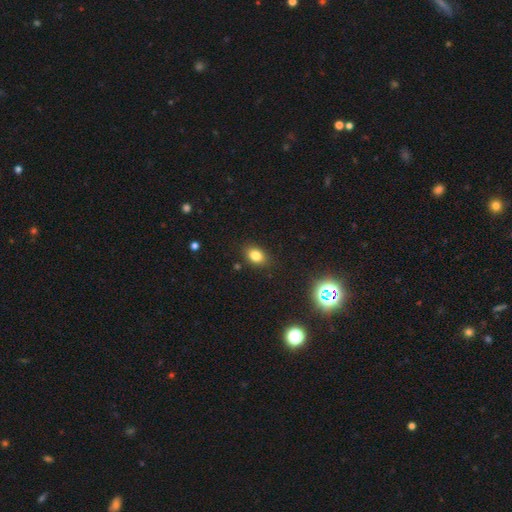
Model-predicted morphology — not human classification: Overall: smooth (81%). How rounded: in between (76%). Merging: none (85%).